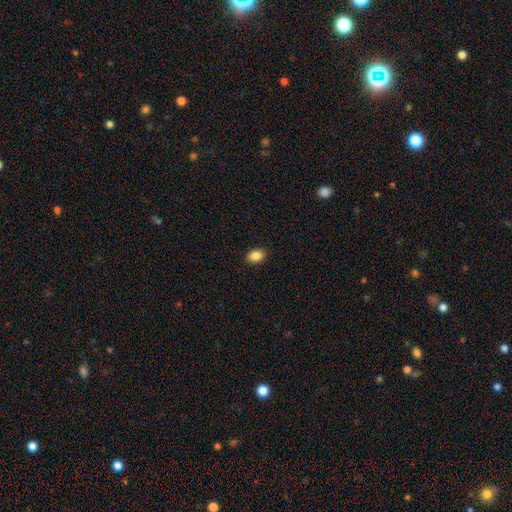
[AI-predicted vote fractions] Overall: smooth (87%). How rounded: in between (85%). Merging: none (89%).